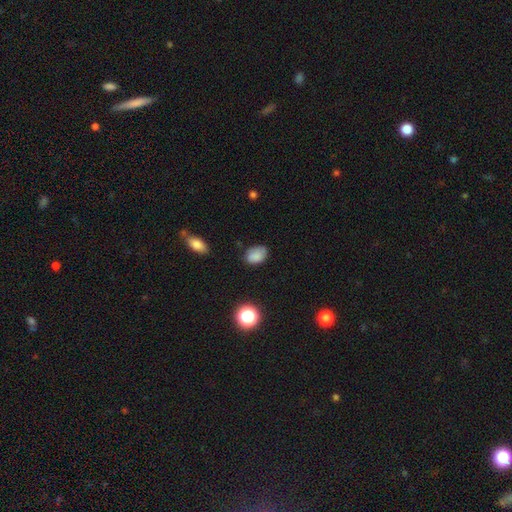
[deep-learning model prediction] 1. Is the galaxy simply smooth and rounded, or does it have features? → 82% smooth, 10% star or artifact, 7% featured or disk.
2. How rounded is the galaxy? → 80% in between, 19% round, 1% cigar-shaped.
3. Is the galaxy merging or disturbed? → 67% none, 26% minor disturbance, 5% major disturbance, 2% merger.